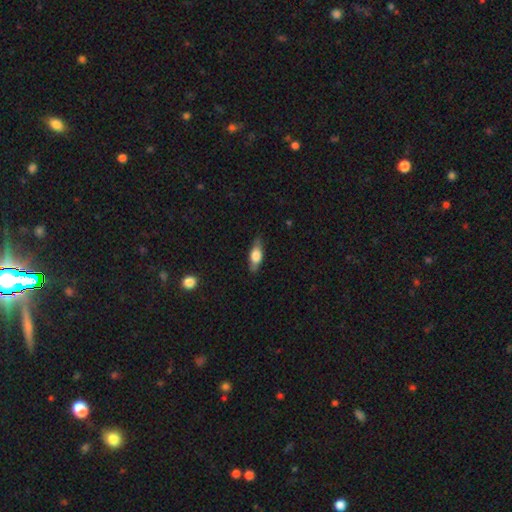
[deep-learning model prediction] A smooth galaxy with no disk features (58%) that is in between round and cigar-shaped (66%). Merging: none (80%).